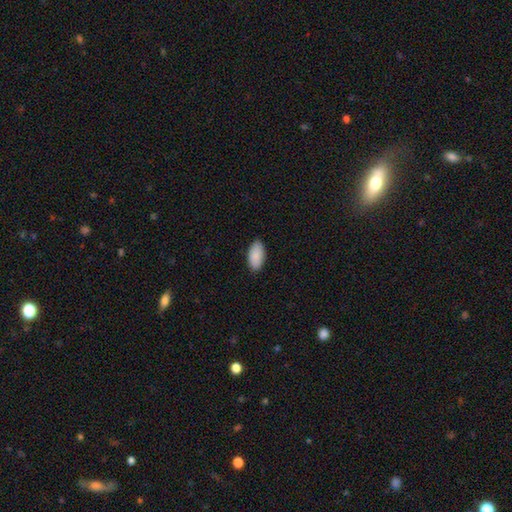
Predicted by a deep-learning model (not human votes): smooth-or-featured: smooth: 90% | star or artifact: 6% | featured or disk: 4%
  how-rounded: in between: 95% | cigar-shaped: 3% | round: 2%
  merging: none: 87% | minor disturbance: 10% | major disturbance: 2% | merger: 1%